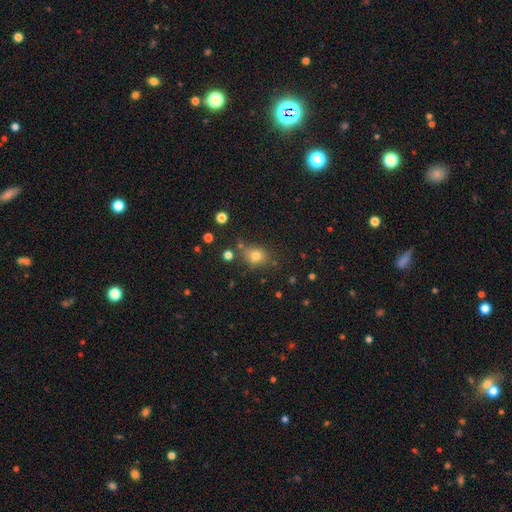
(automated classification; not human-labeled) Overall: smooth (76%). How rounded: round (63%; in between 36%). Merging: none (70%).